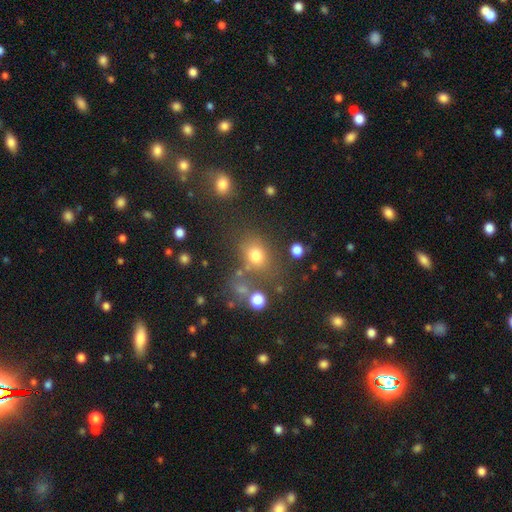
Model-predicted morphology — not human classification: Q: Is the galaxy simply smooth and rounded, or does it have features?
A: smooth — 74%.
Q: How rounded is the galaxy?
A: round — 60%.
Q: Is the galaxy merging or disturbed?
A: none — 64%.